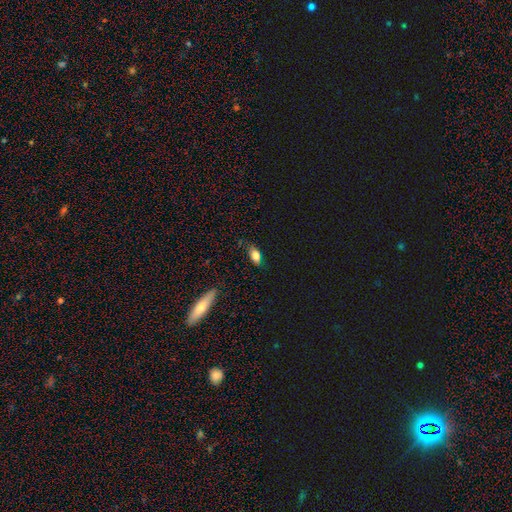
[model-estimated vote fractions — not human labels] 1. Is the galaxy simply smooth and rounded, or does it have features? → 79% smooth, 11% featured or disk, 10% star or artifact.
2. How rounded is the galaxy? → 83% in between, 10% cigar-shaped, 7% round.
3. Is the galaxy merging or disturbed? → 76% none, 18% minor disturbance, 4% major disturbance, 2% merger.